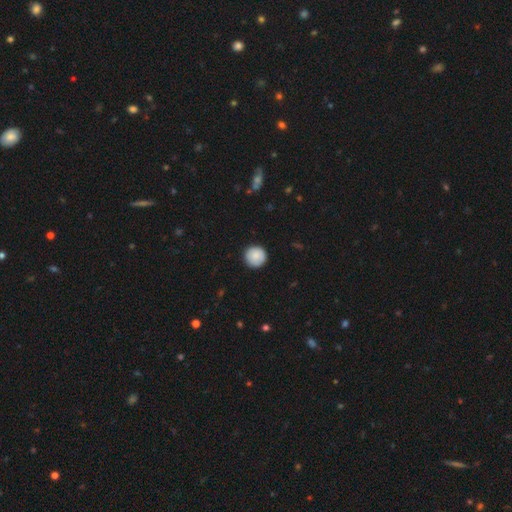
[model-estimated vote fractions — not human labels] Smooth or featured?
  - smooth: 86% *
  - star or artifact: 7%
  - featured or disk: 7%
How rounded?
  - round: 96% *
  - in between: 3%
  - cigar-shaped: 1%
Merging?
  - none: 91% *
  - minor disturbance: 6%
  - major disturbance: 2%
  - merger: 1%